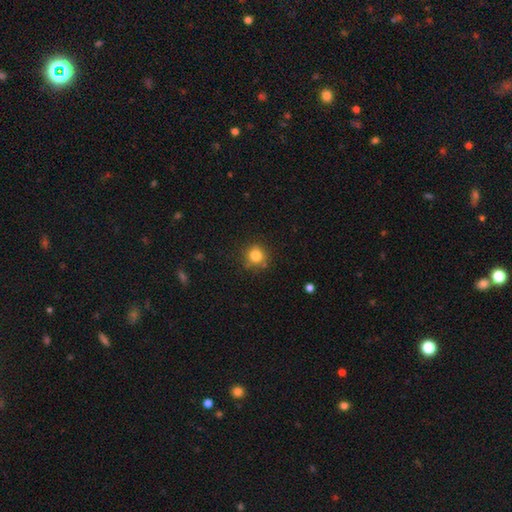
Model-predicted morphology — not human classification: Q: Smooth or featured?
A: smooth (82%); runner-up: star or artifact (12%)
Q: How rounded?
A: round (91%); runner-up: in between (8%)
Q: Merging?
A: none (83%); runner-up: minor disturbance (12%)